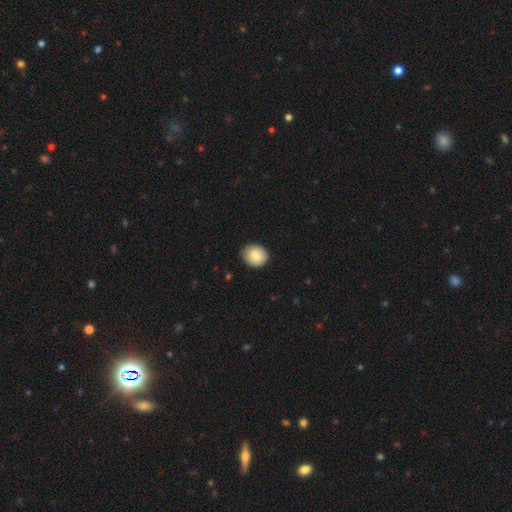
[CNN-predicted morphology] Smooth or featured? smooth (84%)
How rounded? round (70%)
Merging? none (86%)